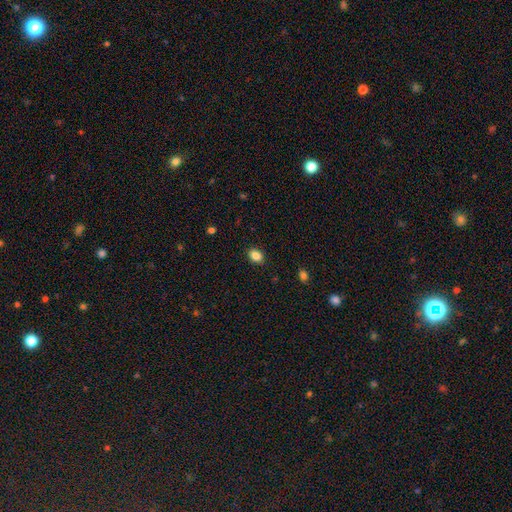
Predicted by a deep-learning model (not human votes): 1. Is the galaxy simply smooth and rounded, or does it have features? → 86% smooth, 9% star or artifact, 5% featured or disk.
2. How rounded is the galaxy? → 71% in between, 28% round, 1% cigar-shaped.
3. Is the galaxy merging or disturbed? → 88% none, 9% minor disturbance, 2% major disturbance, 1% merger.